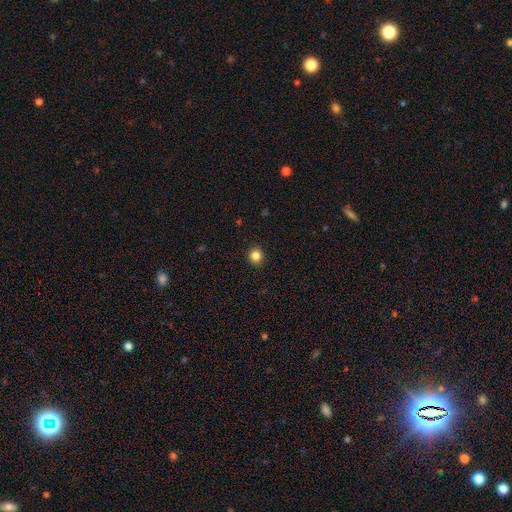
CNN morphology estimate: smooth 84%, star or artifact 11%, featured or disk 4%. Down the decision tree: how rounded — round (87%); merging — none (92%).